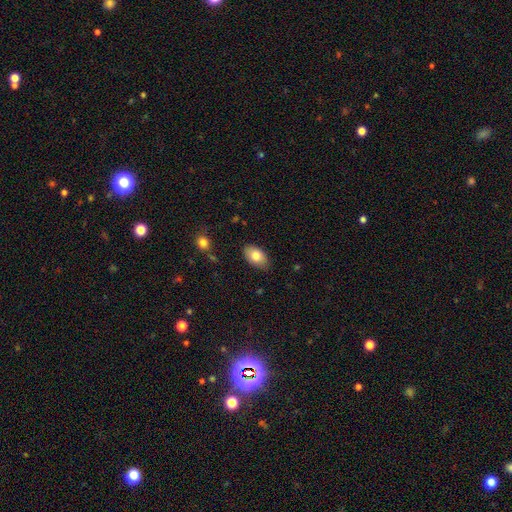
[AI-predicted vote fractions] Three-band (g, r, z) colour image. It shows a smooth galaxy with no disk features (80%) that is in between round and cigar-shaped (91%). Merging: none (82%).